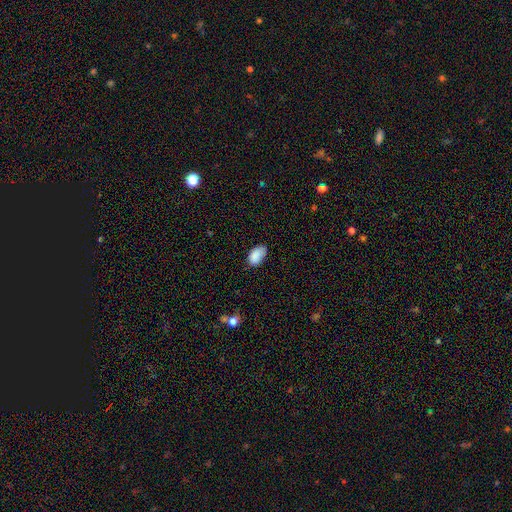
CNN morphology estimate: smooth-or-featured: smooth: 87% | star or artifact: 7% | featured or disk: 5%
  how-rounded: in between: 93% | round: 6% | cigar-shaped: 1%
  merging: none: 62% | minor disturbance: 31% | major disturbance: 5% | merger: 2%